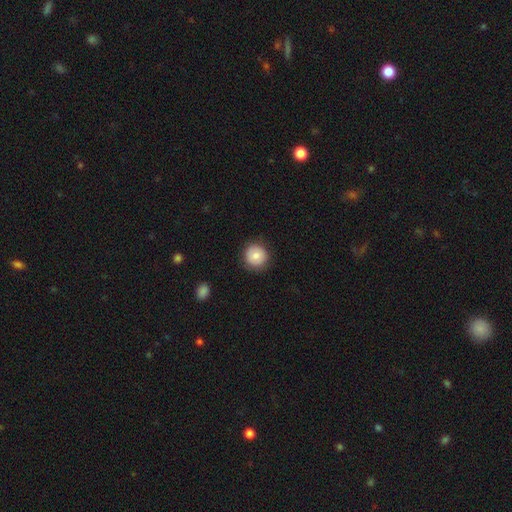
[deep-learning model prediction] Smooth or featured? Predicted: smooth (p=0.79). How rounded? Predicted: round (p=0.93). Merging? Predicted: none (p=0.87).